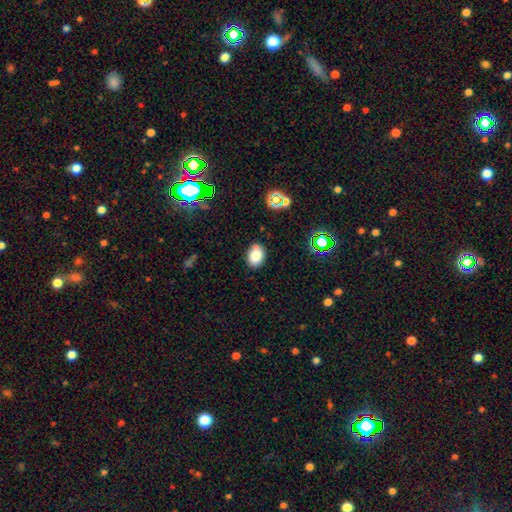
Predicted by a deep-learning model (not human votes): Overall: smooth (82%). How rounded: in between (79%). Merging: none (84%).